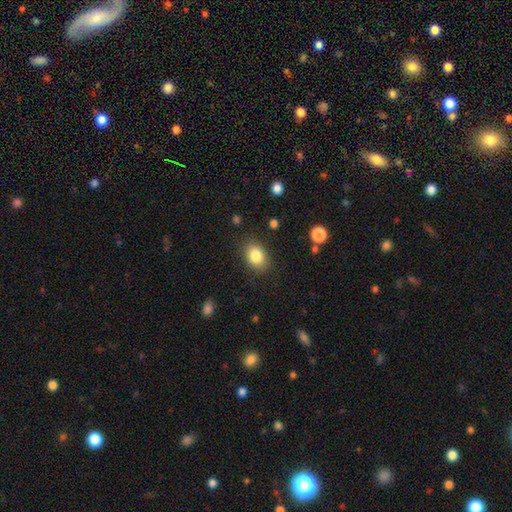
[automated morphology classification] Overall: smooth (84%). How rounded: in between (73%). Merging: none (83%).